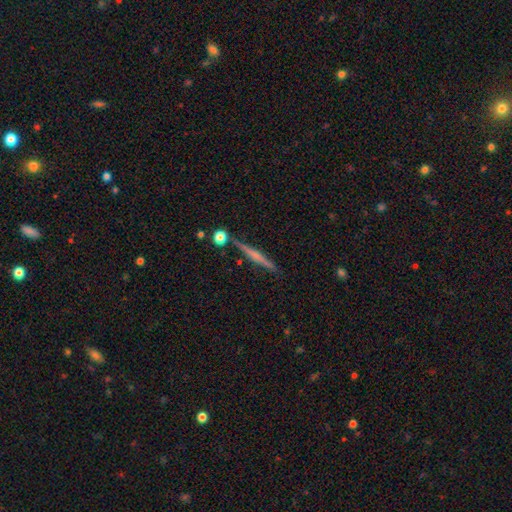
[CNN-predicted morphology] A featured or disk galaxy (63%) viewed edge-on (97%) with a rounded central bulge (47%). Merging: none (85%).